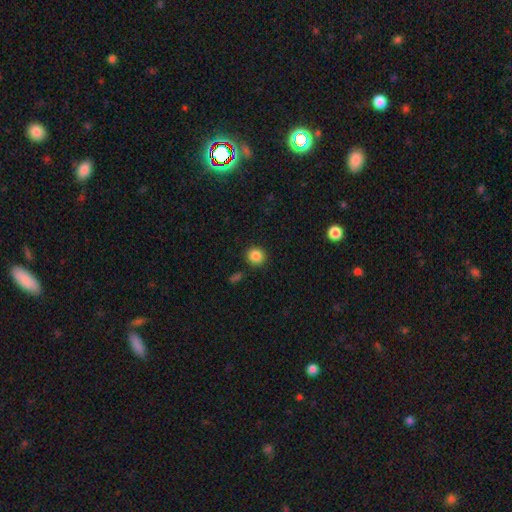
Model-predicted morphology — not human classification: type=smooth (86%); roundness=round (89%); merging=none (89%).